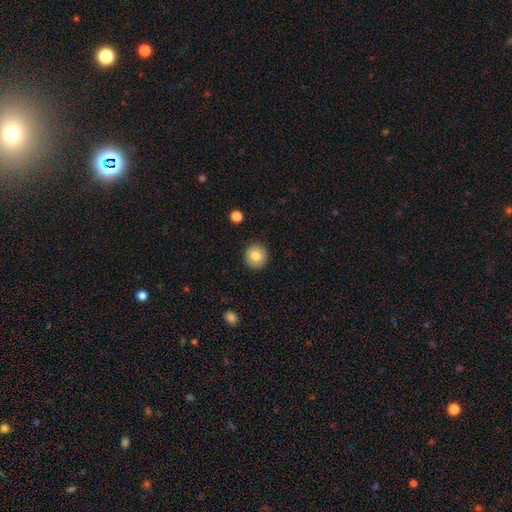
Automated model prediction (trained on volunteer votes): The model was most divided on "smooth or featured": smooth: 82%, featured or disk: 10%, star or artifact: 8%. More confident: how rounded — round (92%); merging — none (91%).